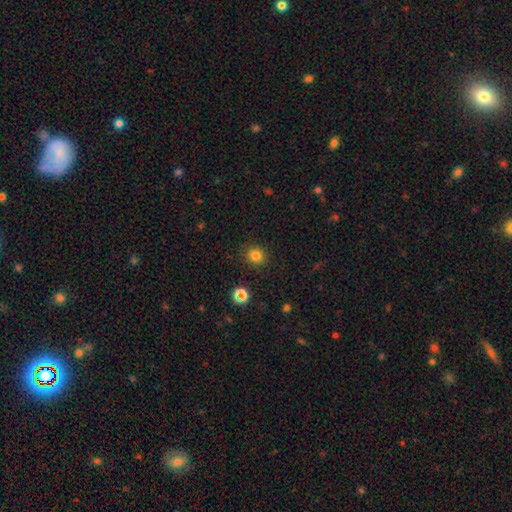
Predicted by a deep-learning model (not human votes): smooth-or-featured: smooth: 81% | star or artifact: 14% | featured or disk: 5%
  how-rounded: round: 83% | in between: 16% | cigar-shaped: 1%
  merging: none: 89% | minor disturbance: 7% | major disturbance: 2% | merger: 1%